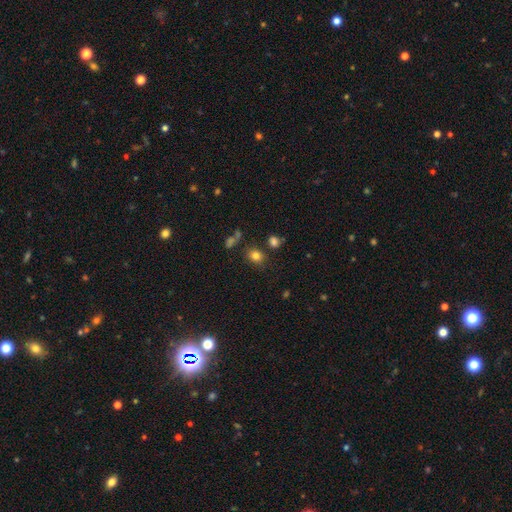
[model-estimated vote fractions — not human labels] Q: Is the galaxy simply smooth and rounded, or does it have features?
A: smooth — 81%.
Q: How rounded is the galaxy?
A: round — 56%.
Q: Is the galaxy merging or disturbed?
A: none — 77%.